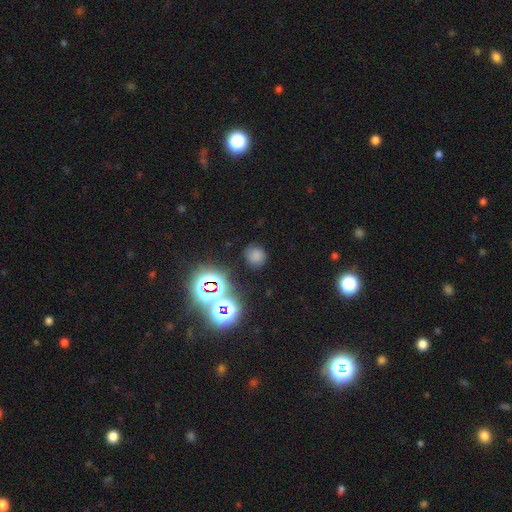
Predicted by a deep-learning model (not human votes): Smooth or featured? smooth (68%)
How rounded? round (83%)
Merging? none (81%)